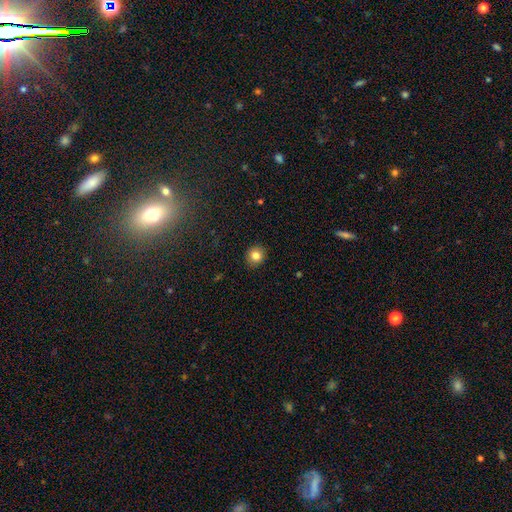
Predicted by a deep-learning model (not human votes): Smooth or featured? Predicted: smooth (p=0.82). How rounded? Predicted: round (p=0.89). Merging? Predicted: none (p=0.91).